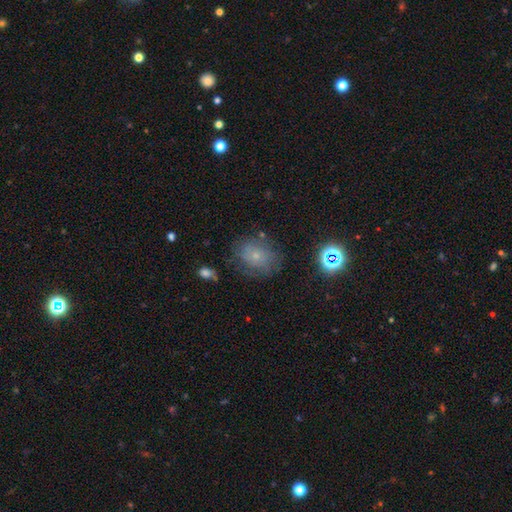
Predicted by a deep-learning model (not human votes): The model was most divided on "how rounded": round: 55%, in between: 44%, cigar-shaped: 1%. More confident: merging — none (66%); smooth or featured — smooth (51%).